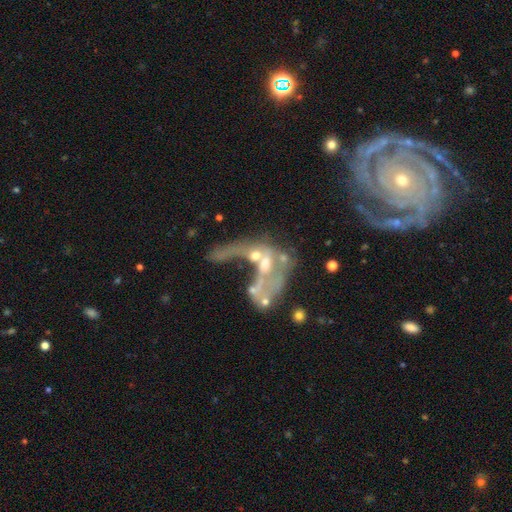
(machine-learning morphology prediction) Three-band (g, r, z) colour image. It shows a featured or disk galaxy (60%) with no bar (79%), no spiral arms (77%) and a moderate central bulge (38%). Merging: merger (58%).